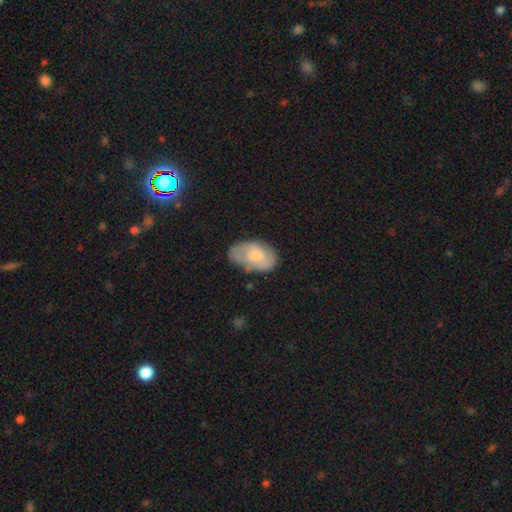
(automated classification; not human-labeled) The model was most divided on "smooth or featured": smooth: 58%, featured or disk: 36%, star or artifact: 6%. More confident: how rounded — in between (91%); merging — none (62%).